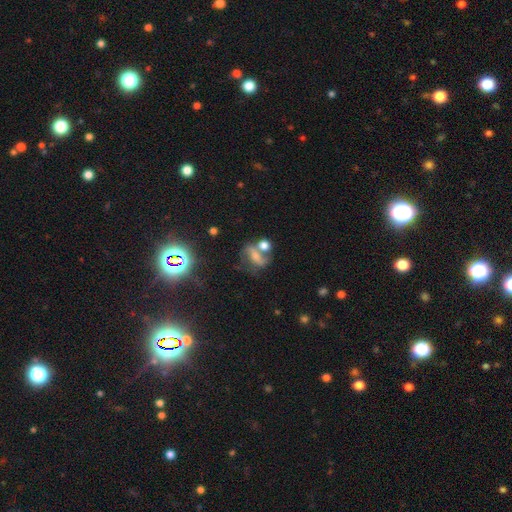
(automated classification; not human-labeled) Overall: featured or disk (50%; smooth 31%). Merging: merger (36%; none 35%).